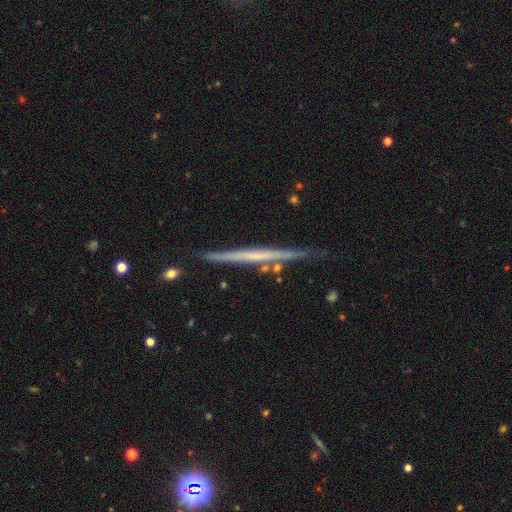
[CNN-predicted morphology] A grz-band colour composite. It shows a featured or disk galaxy (66%) viewed edge-on (98%) with no central bulge (85%). Merging: none (84%).